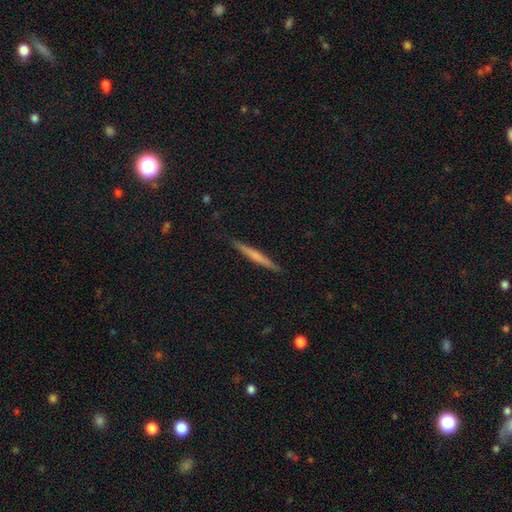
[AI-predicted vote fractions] Q: Smooth or featured?
A: smooth (50%); runner-up: featured or disk (44%)
Q: How rounded?
A: cigar-shaped (96%); runner-up: in between (2%)
Q: Merging?
A: none (90%); runner-up: minor disturbance (8%)